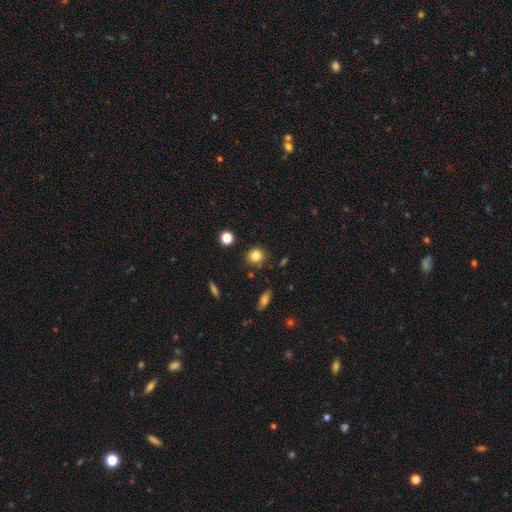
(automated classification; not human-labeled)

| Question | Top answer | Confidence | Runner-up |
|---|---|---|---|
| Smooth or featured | smooth | 83% | star or artifact (11%) |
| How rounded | round | 83% | in between (16%) |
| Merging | none | 83% | minor disturbance (10%) |